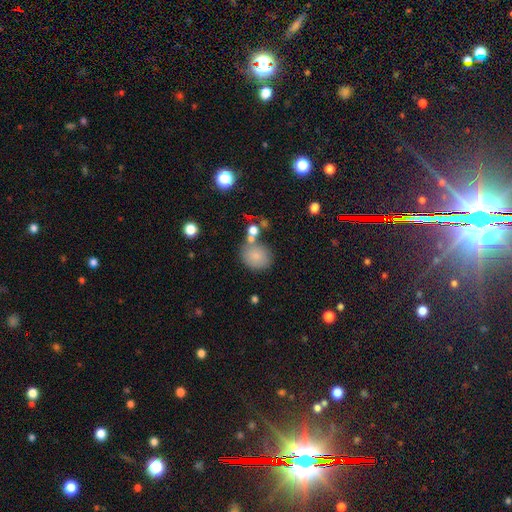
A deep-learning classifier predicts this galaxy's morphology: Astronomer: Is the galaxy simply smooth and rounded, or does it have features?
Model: smooth — 80%.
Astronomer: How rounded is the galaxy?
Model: round — 68%.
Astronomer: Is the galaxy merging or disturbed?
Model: none — 62%.